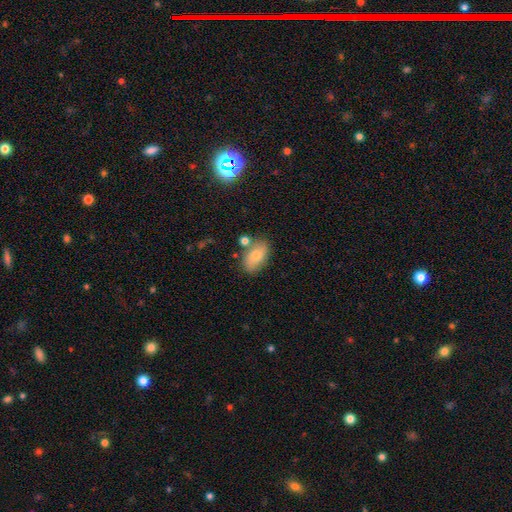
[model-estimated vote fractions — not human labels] This is likely a smooth galaxy (76%). How rounded: clearly in between (90%). Merging: likely none (69%).